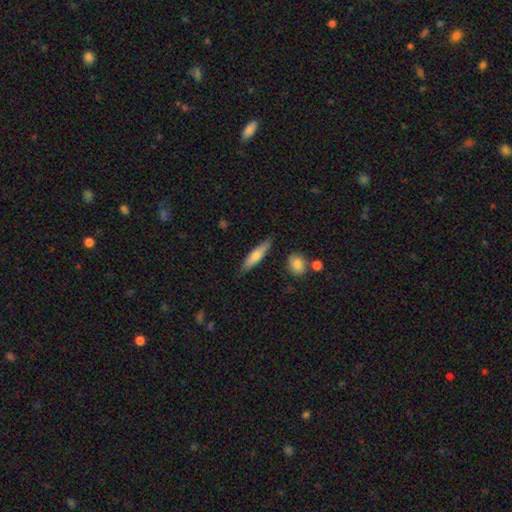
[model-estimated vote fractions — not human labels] smooth-or-featured: smooth: 62% | featured or disk: 32% | star or artifact: 6%
  how-rounded: cigar-shaped: 78% | in between: 20% | round: 2%
  merging: none: 85% | minor disturbance: 11% | merger: 2% | major disturbance: 2%